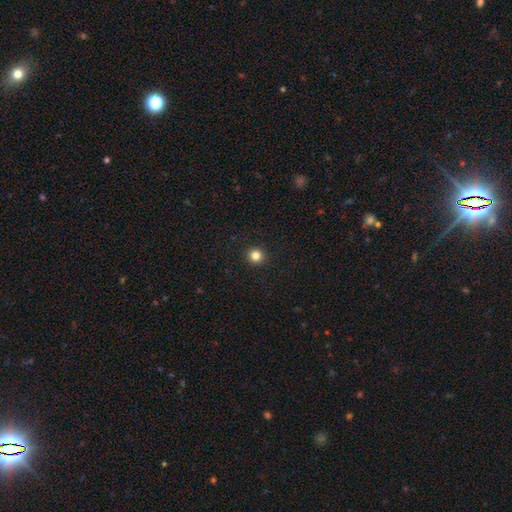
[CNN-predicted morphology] smooth_or_featured: smooth (p=0.83) [alt: star or artifact p=0.12]
how_rounded: round (p=0.93) [alt: in between p=0.06]
merging: none (p=0.93) [alt: minor disturbance p=0.04]